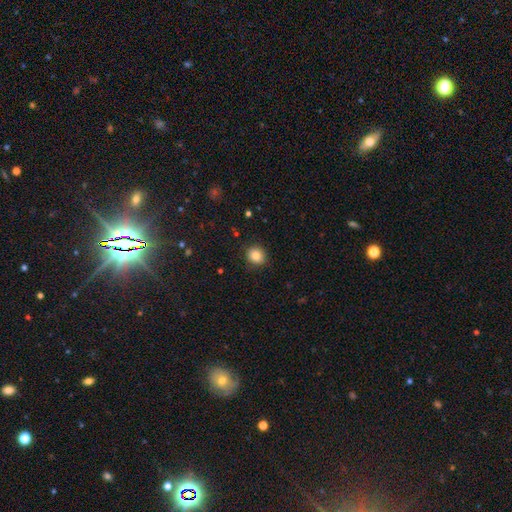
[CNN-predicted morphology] This appears to be a smooth galaxy with no disk features (85%) that is round (77%). Merging: none (88%).